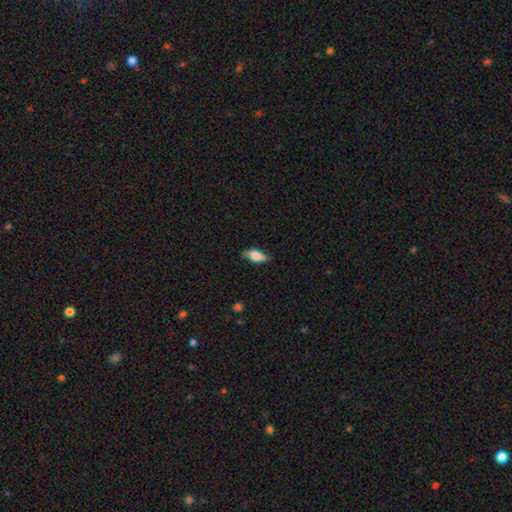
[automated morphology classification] This appears to be a smooth galaxy with no disk features (66%) that is in between round and cigar-shaped (78%). Merging: none (69%).